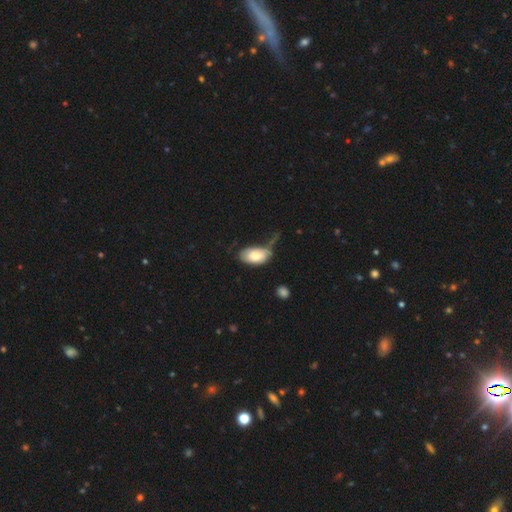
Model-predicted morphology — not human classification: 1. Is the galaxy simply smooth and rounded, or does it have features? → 80% smooth, 14% featured or disk, 6% star or artifact.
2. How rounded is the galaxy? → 95% in between, 3% round, 2% cigar-shaped.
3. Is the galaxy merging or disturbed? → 34% minor disturbance, 33% none, 24% major disturbance, 9% merger.